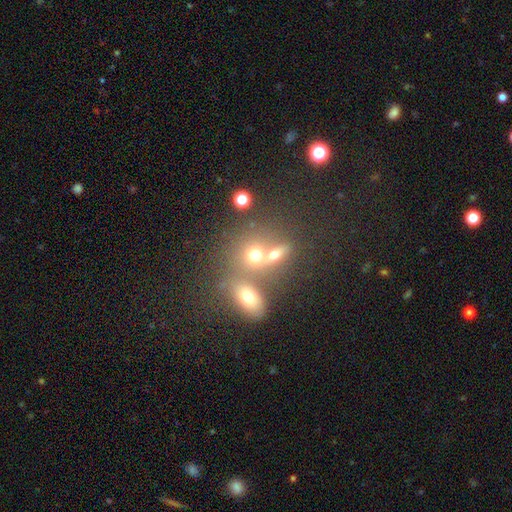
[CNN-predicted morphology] type=smooth (62%); roundness=round (59%); merging=merger (49%).